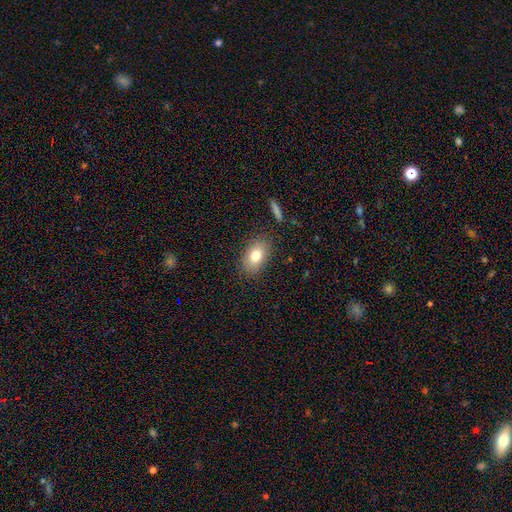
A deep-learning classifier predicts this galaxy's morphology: Q: Smooth or featured?
A: smooth (78%); runner-up: featured or disk (14%)
Q: How rounded?
A: in between (85%); runner-up: round (13%)
Q: Merging?
A: none (85%); runner-up: minor disturbance (10%)